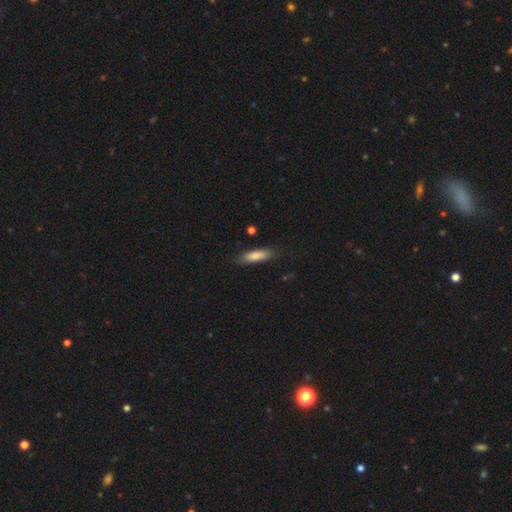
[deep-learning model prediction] Q: Smooth or featured?
A: smooth (80%); runner-up: featured or disk (14%)
Q: How rounded?
A: cigar-shaped (59%); runner-up: in between (39%)
Q: Merging?
A: none (82%); runner-up: minor disturbance (14%)